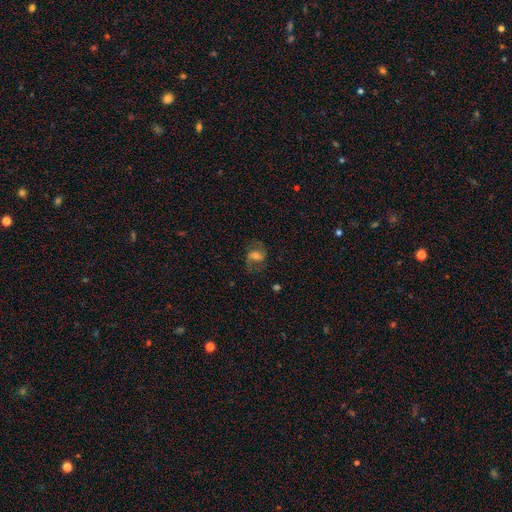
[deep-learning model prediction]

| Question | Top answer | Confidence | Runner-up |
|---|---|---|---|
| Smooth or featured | featured or disk | 63% | smooth (27%) |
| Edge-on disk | no | 97% | yes (3%) |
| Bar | weak | 47% | no (30%) |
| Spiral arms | yes | 90% | no (10%) |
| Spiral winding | medium | 47% | loose (40%) |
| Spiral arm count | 2 | 87% | can't tell (6%) |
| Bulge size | moderate | 49% | small (33%) |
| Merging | none | 69% | minor disturbance (17%) |